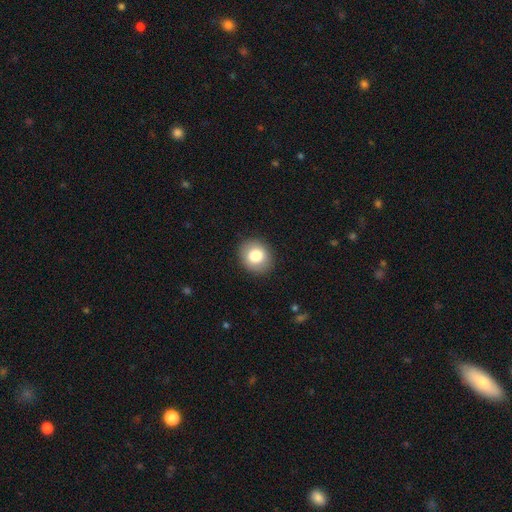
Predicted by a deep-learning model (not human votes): This appears to be a smooth galaxy with no disk features (81%) that is round (69%). Merging: none (89%).